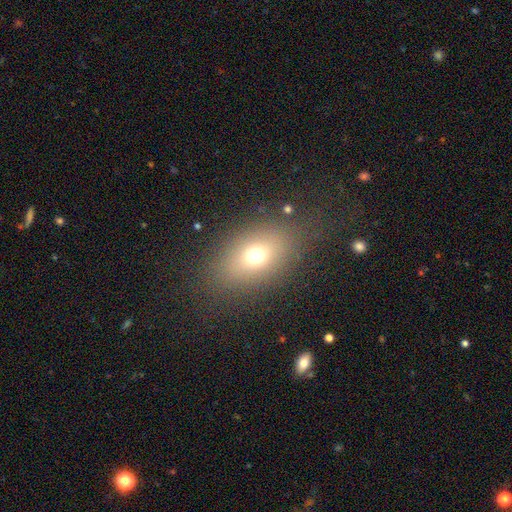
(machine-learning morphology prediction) Overall: smooth (68%). How rounded: in between (72%). Merging: none (79%).